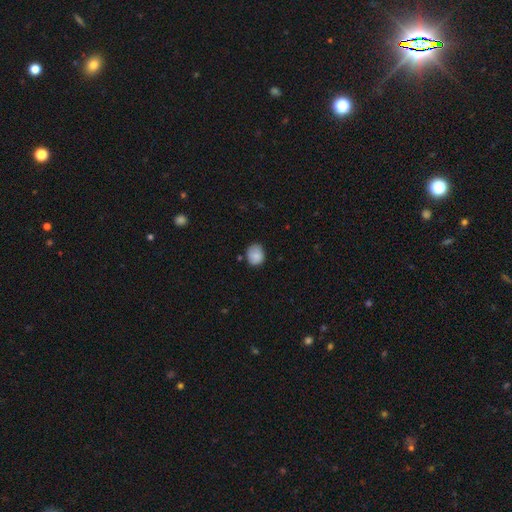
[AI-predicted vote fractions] The model was most divided on "how rounded": round: 57%, in between: 42%, cigar-shaped: 1%. More confident: smooth or featured — smooth (82%); merging — none (72%).